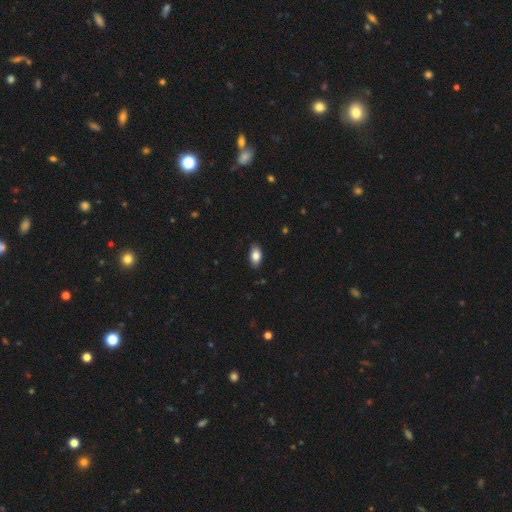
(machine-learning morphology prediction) Smooth or featured? smooth (85%)
How rounded? in between (93%)
Merging? none (87%)